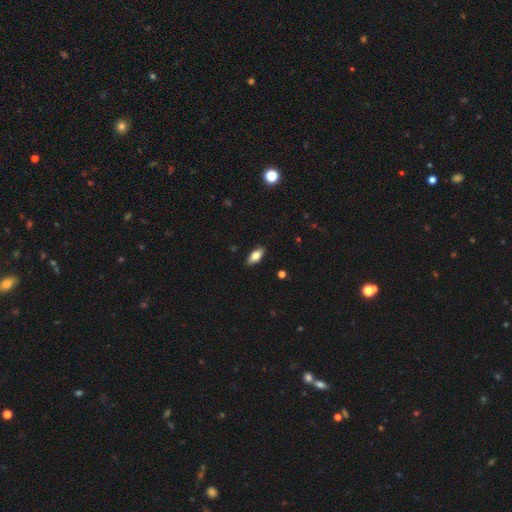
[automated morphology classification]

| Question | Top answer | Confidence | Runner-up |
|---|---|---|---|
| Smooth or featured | smooth | 68% | featured or disk (25%) |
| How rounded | in between | 84% | cigar-shaped (13%) |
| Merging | none | 87% | minor disturbance (10%) |